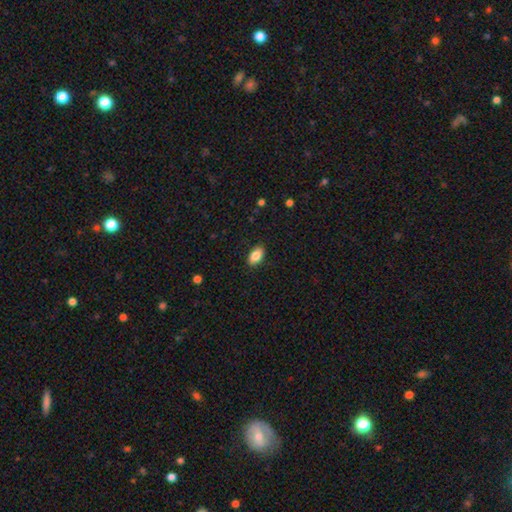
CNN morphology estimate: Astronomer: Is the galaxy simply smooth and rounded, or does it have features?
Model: smooth — 86%.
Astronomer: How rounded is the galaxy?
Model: in between — 92%.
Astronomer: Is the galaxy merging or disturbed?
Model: none — 88%.